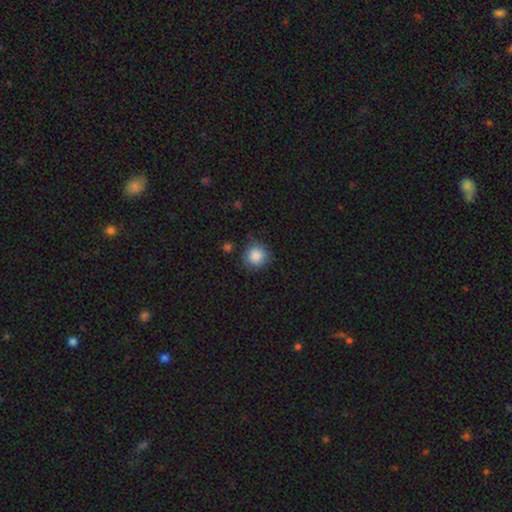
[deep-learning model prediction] smooth 87%, star or artifact 9%, featured or disk 4%. Down the decision tree: how rounded — round (93%); merging — none (82%).